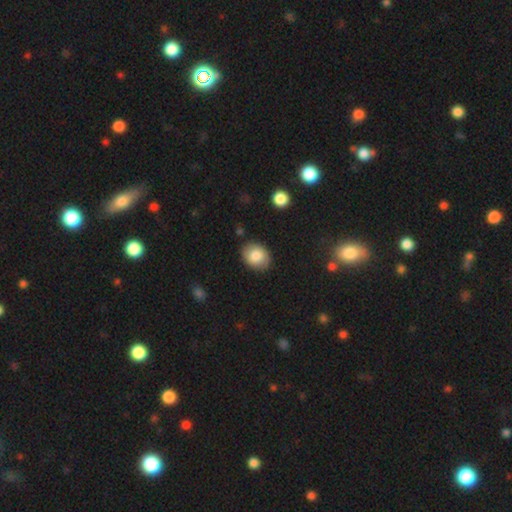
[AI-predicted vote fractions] Smooth or featured: smooth — 83% (featured or disk — 9%)
How rounded: in between — 55% (round — 44%)
Merging: none — 85% (minor disturbance — 11%)